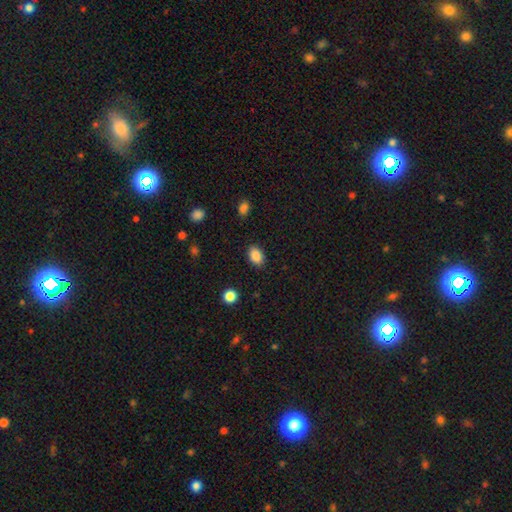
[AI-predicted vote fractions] Overall: smooth (87%). How rounded: in between (81%). Merging: none (87%).